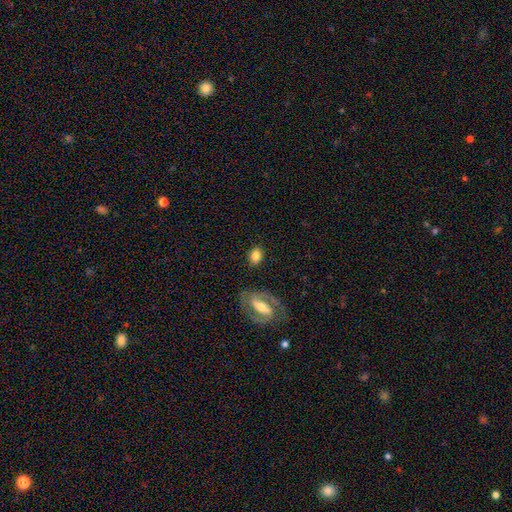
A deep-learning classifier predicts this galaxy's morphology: The model was most divided on "how rounded": in between: 72%, round: 25%, cigar-shaped: 2%. More confident: merging — none (82%); smooth or featured — smooth (73%).